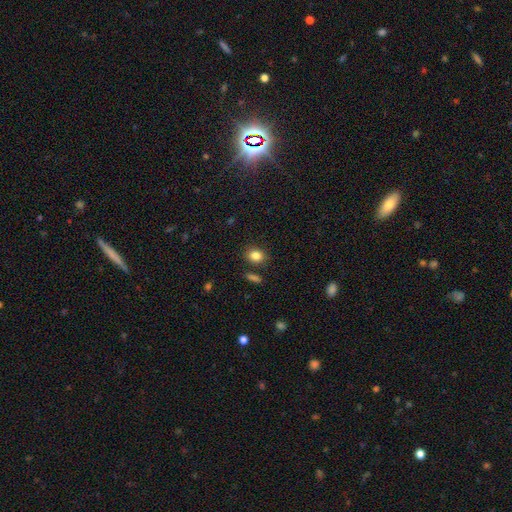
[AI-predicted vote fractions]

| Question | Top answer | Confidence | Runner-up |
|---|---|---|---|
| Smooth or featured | smooth | 84% | star or artifact (10%) |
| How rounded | in between | 51% | round (48%) |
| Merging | none | 83% | minor disturbance (10%) |